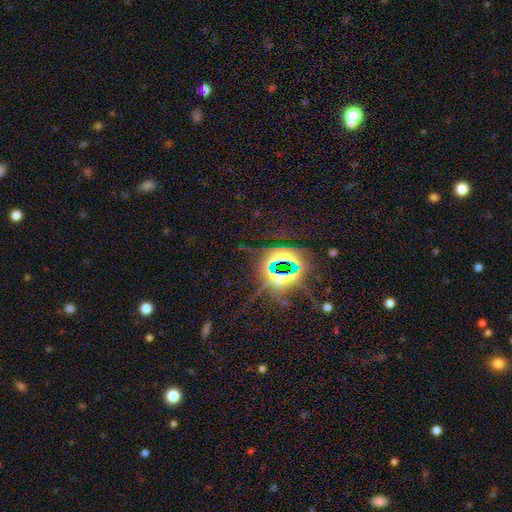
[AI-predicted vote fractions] A star or artifact, not a galaxy (80%).

Vote fractions:
- Smooth or featured? star or artifact: 80% / smooth: 11% / featured or disk: 9%